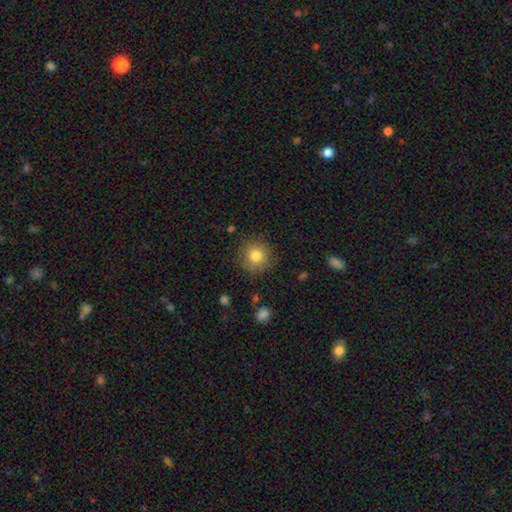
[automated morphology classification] Smooth or featured: smooth — 80% (star or artifact — 11%)
How rounded: round — 93% (in between — 6%)
Merging: none — 86% (minor disturbance — 9%)